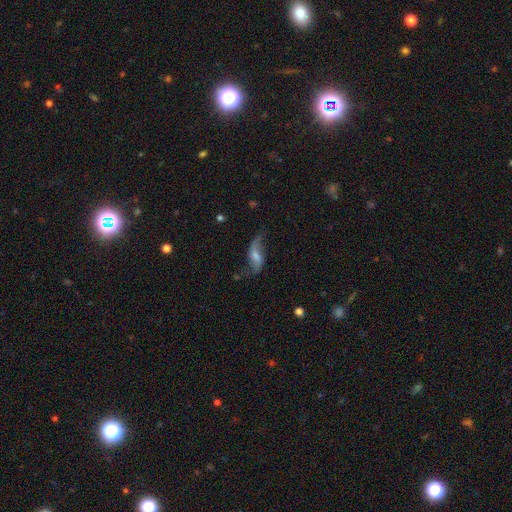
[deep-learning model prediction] Smooth or featured? Predicted: featured or disk (p=0.71). Edge-on disk? Predicted: no (p=0.92). Bar? Predicted: weak (p=0.45). Spiral arms? Predicted: yes (p=0.90). Spiral winding? Predicted: loose (p=0.88). Spiral arm count? Predicted: 2 (p=0.91). Bulge size? Predicted: moderate (p=0.39). Merging? Predicted: none (p=0.60).